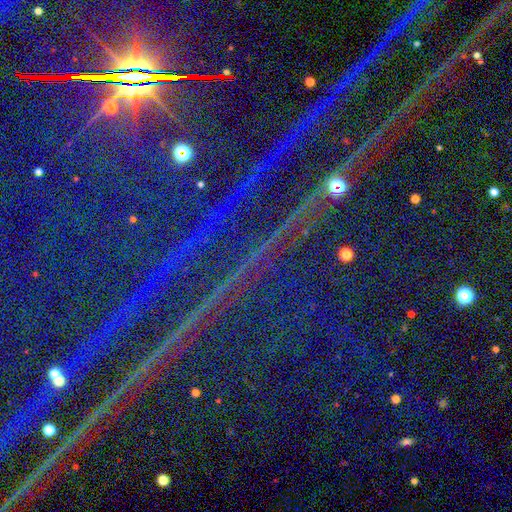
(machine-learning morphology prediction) Smooth or featured?
  - star or artifact: 88% *
  - featured or disk: 6%
  - smooth: 5%